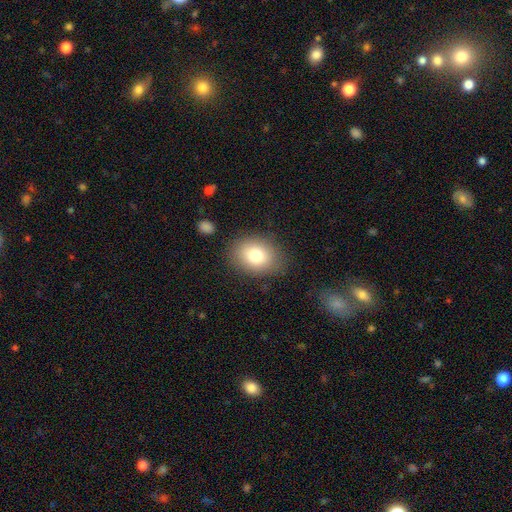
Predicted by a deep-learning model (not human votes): smooth-or-featured: smooth: 79% | featured or disk: 11% | star or artifact: 10%
  how-rounded: in between: 58% | round: 41% | cigar-shaped: 1%
  merging: none: 83% | minor disturbance: 11% | major disturbance: 4% | merger: 2%